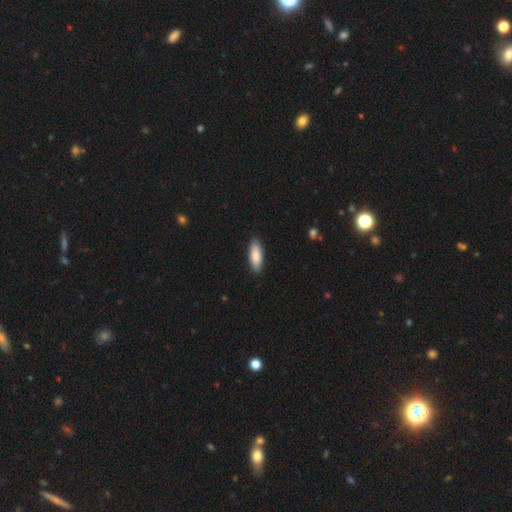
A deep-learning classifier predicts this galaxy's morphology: A smooth galaxy with no disk features (87%) that is in between round and cigar-shaped (67%). Merging: none (88%).